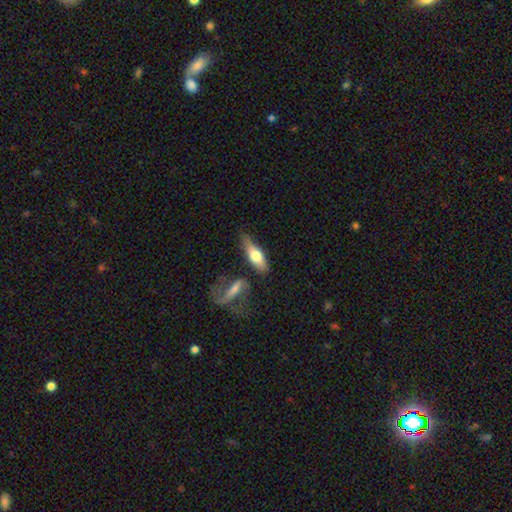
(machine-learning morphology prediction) This is possibly a smooth galaxy (60%). How rounded: possibly in between (57%). Merging: possibly none (52%).